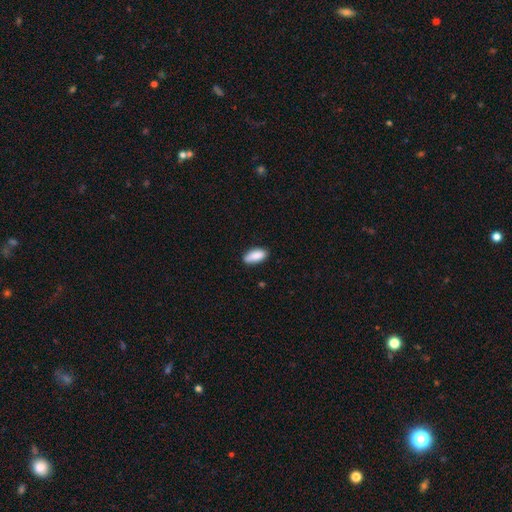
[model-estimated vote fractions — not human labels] smooth-or-featured: smooth: 88% | star or artifact: 6% | featured or disk: 6%
  how-rounded: in between: 85% | cigar-shaped: 13% | round: 2%
  merging: none: 82% | minor disturbance: 14% | major disturbance: 2% | merger: 1%